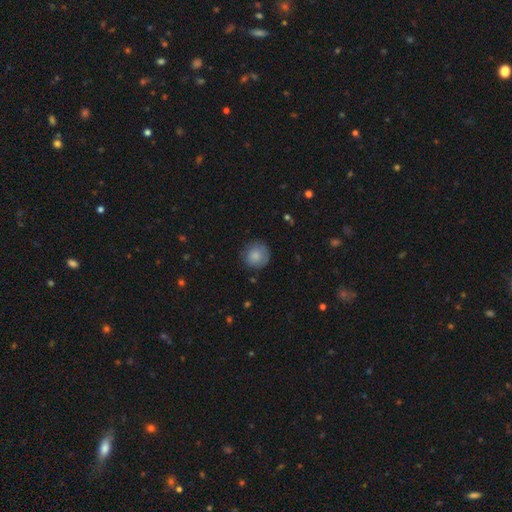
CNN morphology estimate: type=smooth (82%); roundness=round (91%); merging=none (79%).